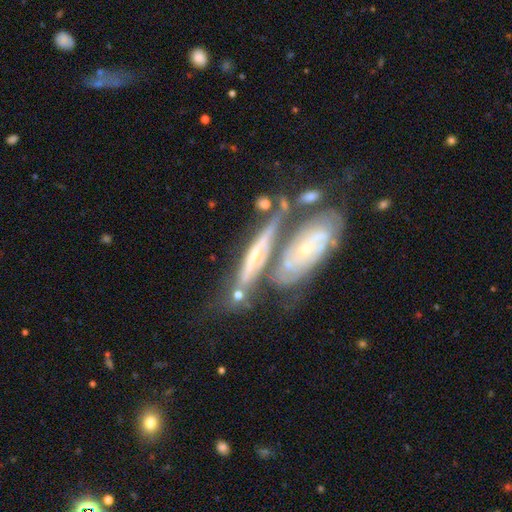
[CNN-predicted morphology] Overall: featured or disk (74%). Edge-on disk: yes (58%; no 42%). Merging: none (39%; merger 35%).